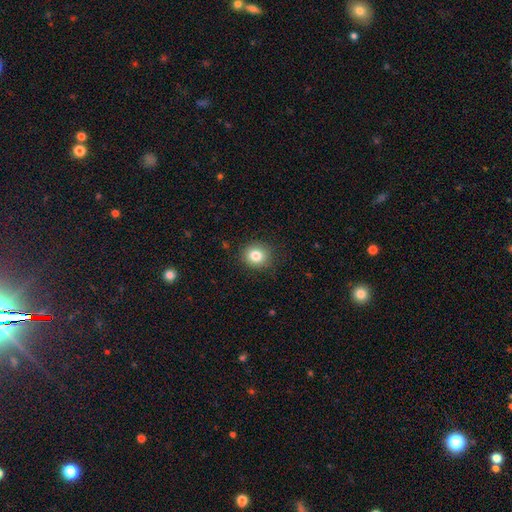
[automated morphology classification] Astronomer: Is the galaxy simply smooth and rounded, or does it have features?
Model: smooth — 83%.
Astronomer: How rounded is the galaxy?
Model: round — 83%.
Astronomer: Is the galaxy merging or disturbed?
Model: none — 88%.